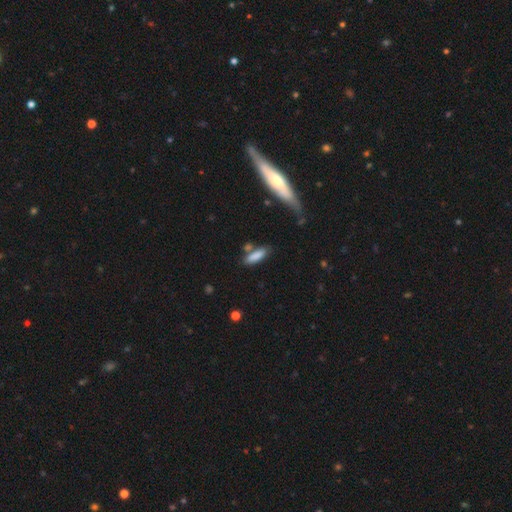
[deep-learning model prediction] A smooth galaxy with no disk features (85%) that is cigar-shaped (51%).

Vote fractions:
- Smooth or featured? smooth: 85% / featured or disk: 8% / star or artifact: 7%
- How rounded? cigar-shaped: 51% / in between: 47% / round: 2%
- Merging? none: 68% / minor disturbance: 15% / merger: 12% / major disturbance: 4%